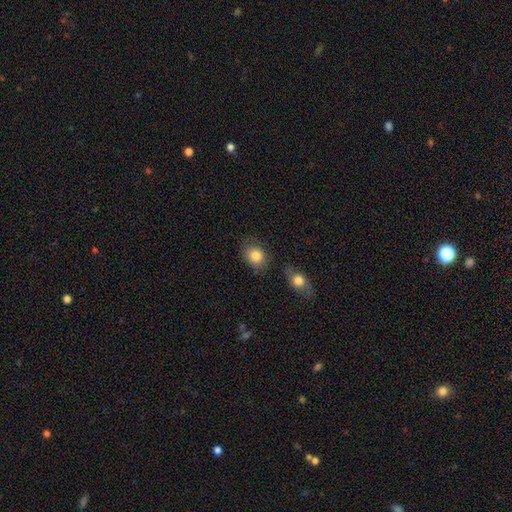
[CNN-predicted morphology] The model was most divided on "how rounded": round: 53%, in between: 46%, cigar-shaped: 1%. More confident: smooth or featured — smooth (84%); merging — none (74%).